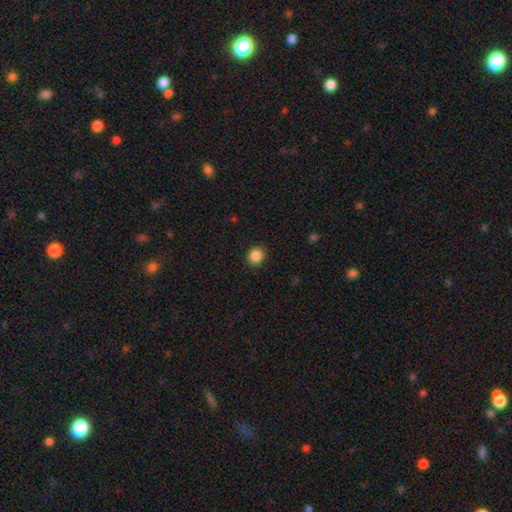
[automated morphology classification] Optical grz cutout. It shows a smooth galaxy with no disk features (87%) that is round (84%). Merging: none (91%).